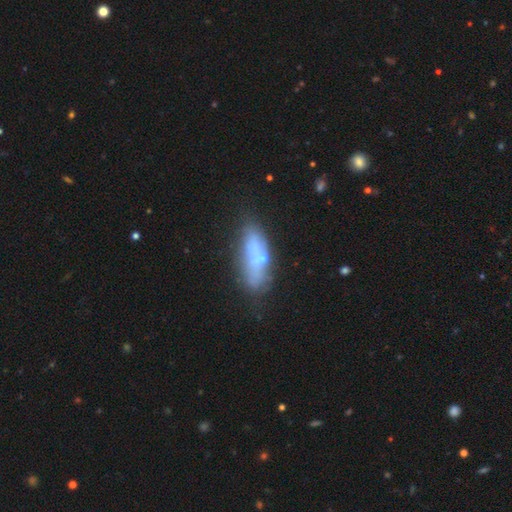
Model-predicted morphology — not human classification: Smooth or featured? Predicted: smooth (p=0.46). Merging? Predicted: none (p=0.50).